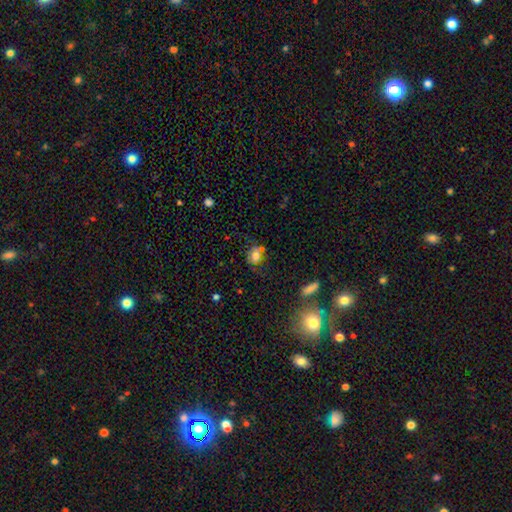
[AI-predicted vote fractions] Overall: smooth (71%). How rounded: round (52%; in between 47%). Merging: none (54%; minor disturbance 24%).